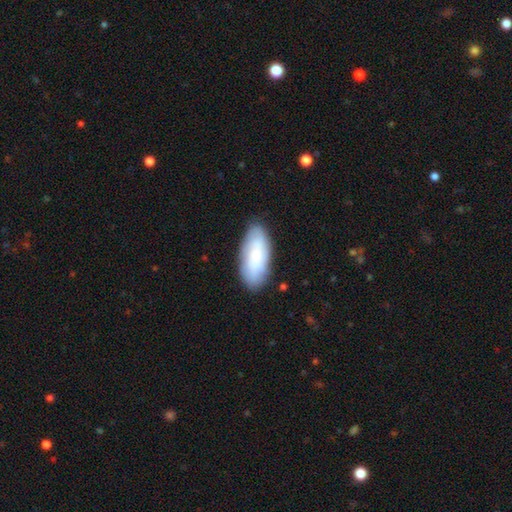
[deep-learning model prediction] Overall: smooth (62%; featured or disk 30%). How rounded: in between (86%). Merging: none (83%).